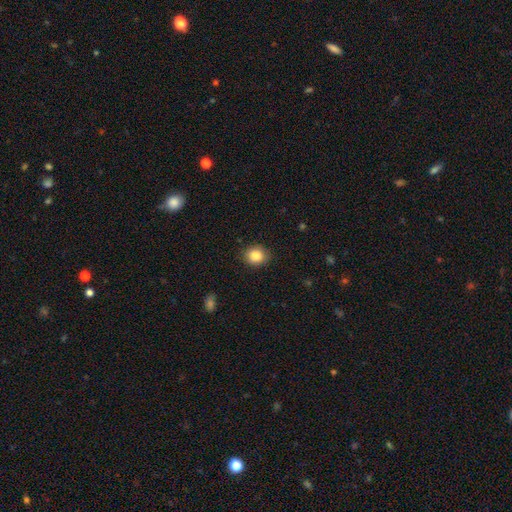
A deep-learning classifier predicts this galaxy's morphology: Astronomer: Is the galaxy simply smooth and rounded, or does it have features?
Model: smooth — 86%.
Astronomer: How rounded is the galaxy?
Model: round — 69%.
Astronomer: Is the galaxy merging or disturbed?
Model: none — 87%.